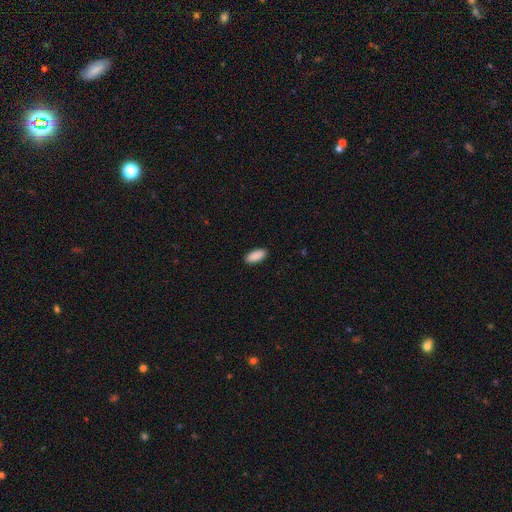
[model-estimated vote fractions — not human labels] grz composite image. It shows a smooth galaxy with no disk features (91%) that is in between round and cigar-shaped (90%). Merging: none (90%).